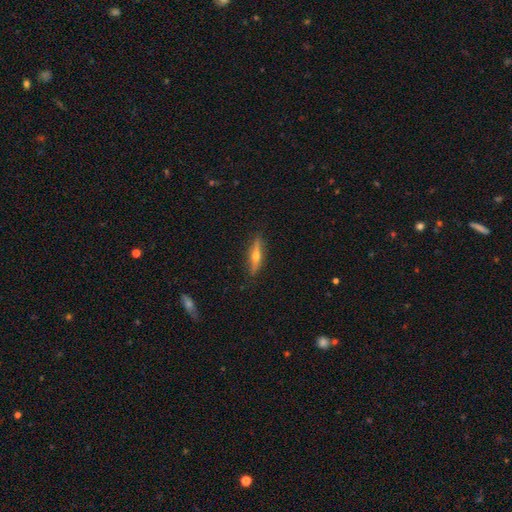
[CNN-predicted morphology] The model was most divided on "smooth or featured": featured or disk: 62%, smooth: 31%, star or artifact: 6%. More confident: edge-on disk — yes (94%); edge-on bulge — rounded (93%); merging — none (87%).